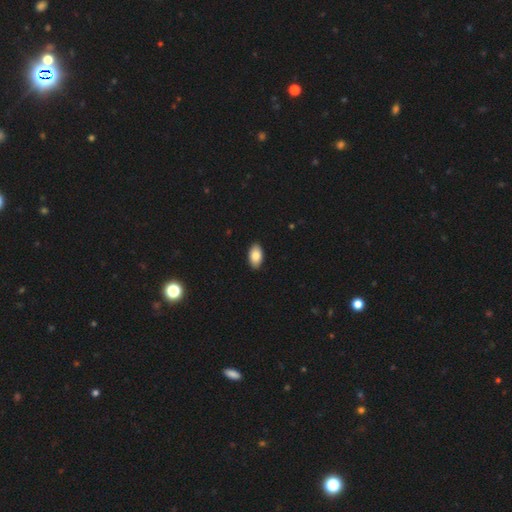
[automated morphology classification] type=smooth (87%); roundness=in between (95%); merging=none (90%).